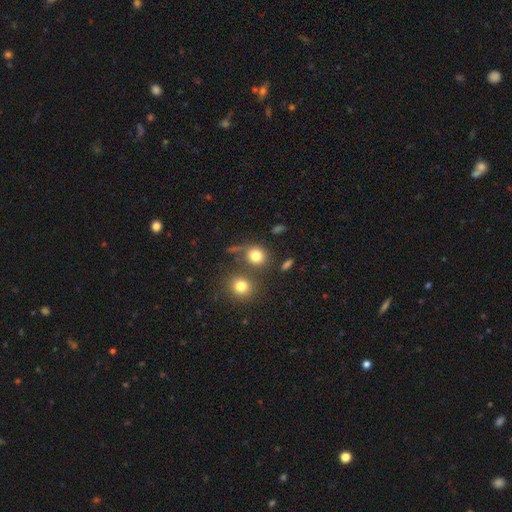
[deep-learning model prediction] smooth_or_featured: smooth (p=0.79) [alt: star or artifact p=0.13]
how_rounded: round (p=0.80) [alt: in between p=0.19]
merging: none (p=0.65) [alt: merger p=0.16]